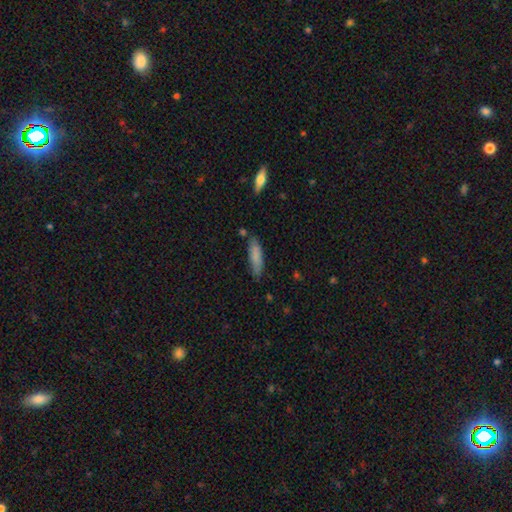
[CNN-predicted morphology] Overall: smooth (81%). How rounded: cigar-shaped (60%; in between 39%). Merging: none (75%).